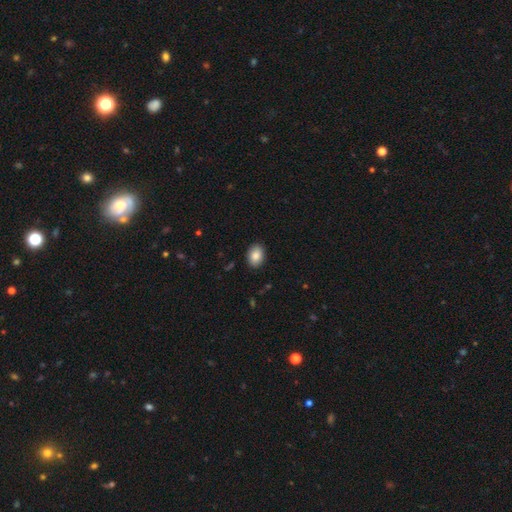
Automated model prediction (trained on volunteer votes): The model was most divided on "how rounded": in between: 77%, round: 22%, cigar-shaped: 1%. More confident: merging — none (89%); smooth or featured — smooth (86%).